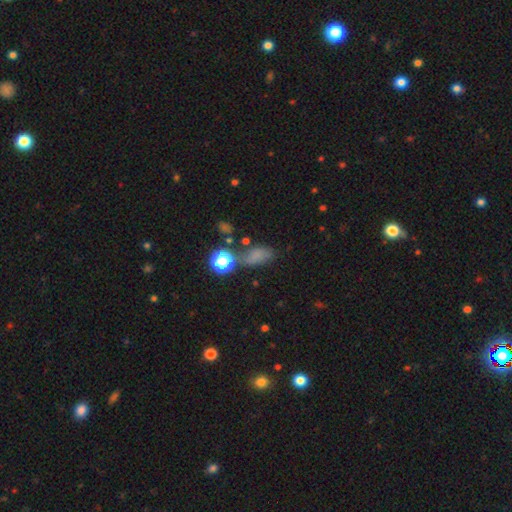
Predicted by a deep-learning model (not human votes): smooth_or_featured: smooth (p=0.64) [alt: star or artifact p=0.23]
how_rounded: in between (p=0.74) [alt: round p=0.18]
merging: none (p=0.51) [alt: minor disturbance p=0.23]